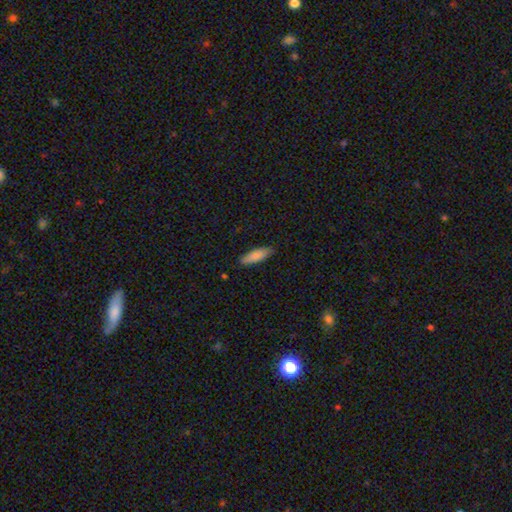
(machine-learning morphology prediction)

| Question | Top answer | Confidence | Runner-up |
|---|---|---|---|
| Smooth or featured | smooth | 85% | featured or disk (9%) |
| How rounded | cigar-shaped | 51% | in between (48%) |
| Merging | none | 85% | minor disturbance (12%) |